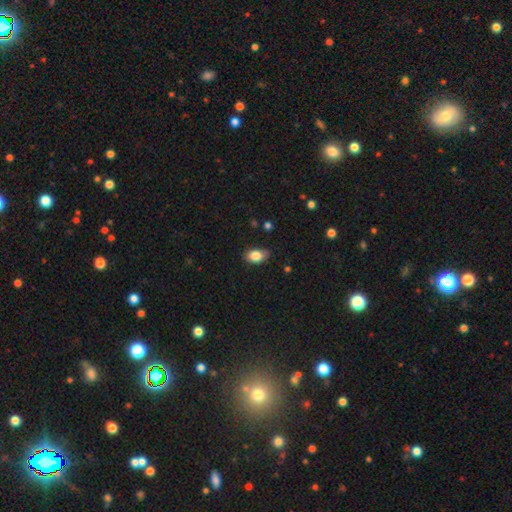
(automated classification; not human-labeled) This appears to be a smooth galaxy with no disk features (84%) that is in between round and cigar-shaped (85%). Merging: none (73%).